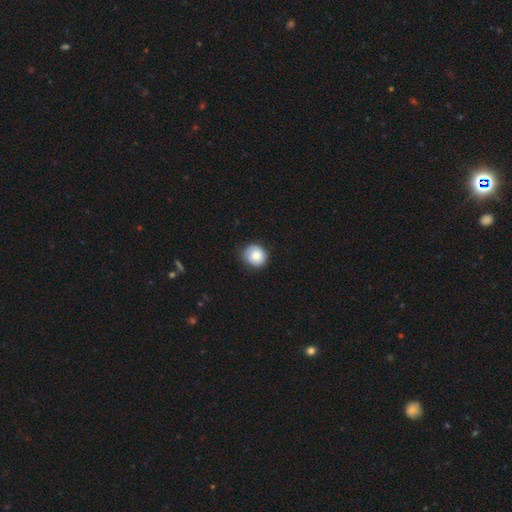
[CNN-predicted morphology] This appears to be a smooth galaxy with no disk features (80%) that is round (85%). Merging: none (79%).